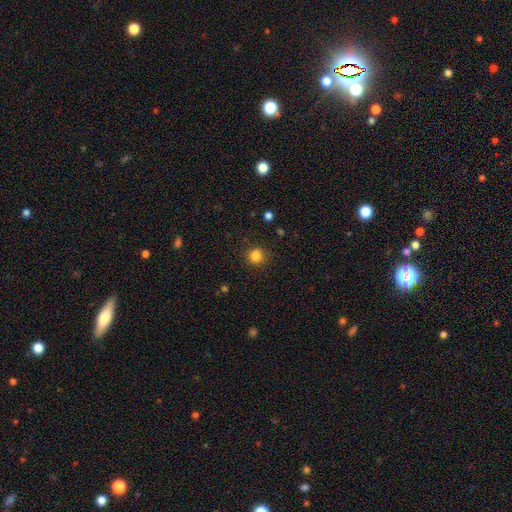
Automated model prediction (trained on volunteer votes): Smooth or featured? Predicted: smooth (p=0.84). How rounded? Predicted: round (p=0.86). Merging? Predicted: none (p=0.85).